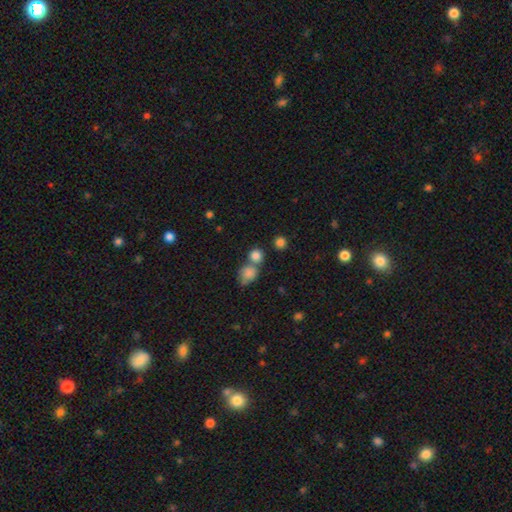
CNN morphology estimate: Smooth or featured? Predicted: smooth (p=0.83). How rounded? Predicted: round (p=0.81). Merging? Predicted: none (p=0.52).